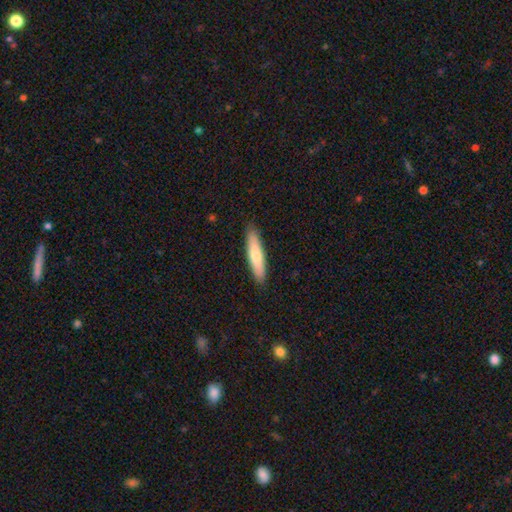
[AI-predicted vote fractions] smooth-or-featured: smooth: 71% | featured or disk: 23% | star or artifact: 5%
  how-rounded: cigar-shaped: 83% | in between: 15% | round: 1%
  merging: none: 88% | minor disturbance: 9% | major disturbance: 2% | merger: 1%